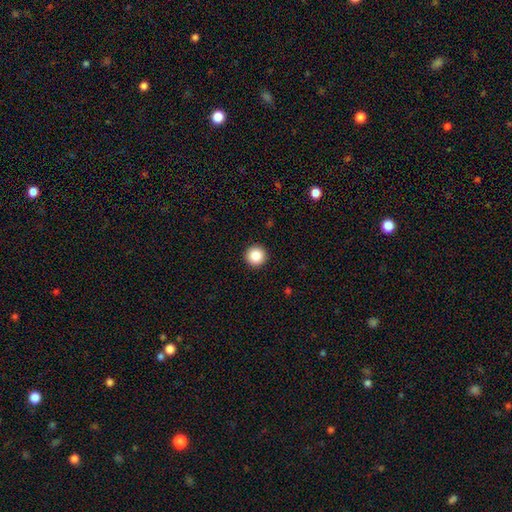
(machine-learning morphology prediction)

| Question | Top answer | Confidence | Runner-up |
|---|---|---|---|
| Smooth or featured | smooth | 87% | star or artifact (9%) |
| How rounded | round | 97% | in between (2%) |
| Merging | none | 94% | minor disturbance (4%) |